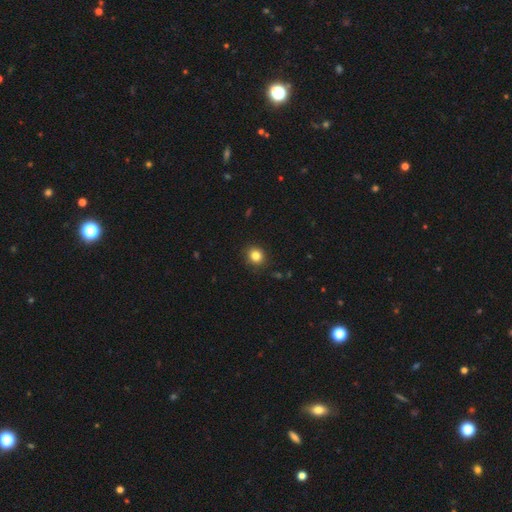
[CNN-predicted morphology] Smooth or featured?
  - smooth: 83% *
  - star or artifact: 11%
  - featured or disk: 5%
How rounded?
  - round: 84% *
  - in between: 15%
  - cigar-shaped: 1%
Merging?
  - none: 89% *
  - minor disturbance: 8%
  - major disturbance: 2%
  - merger: 1%